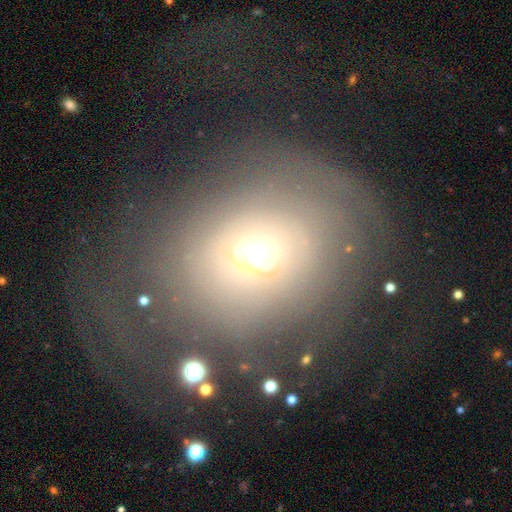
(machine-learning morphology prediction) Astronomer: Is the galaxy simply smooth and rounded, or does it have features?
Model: featured or disk — 46% (runner-up: smooth, 41%).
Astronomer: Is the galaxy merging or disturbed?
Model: major disturbance — 42% (runner-up: none, 38%).